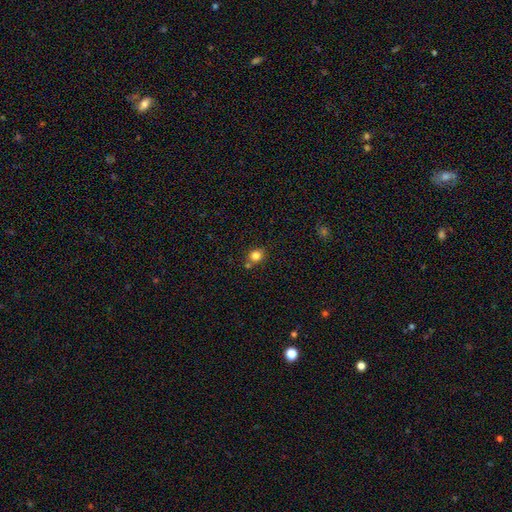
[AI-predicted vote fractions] This is clearly a smooth galaxy (81%). How rounded: likely round (79%). Merging: likely none (70%).